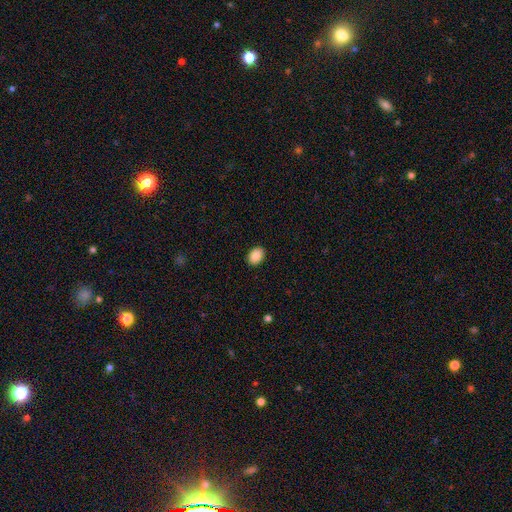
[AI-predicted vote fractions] This appears to be a smooth galaxy with no disk features (89%) that is in between round and cigar-shaped (71%). Merging: none (90%).